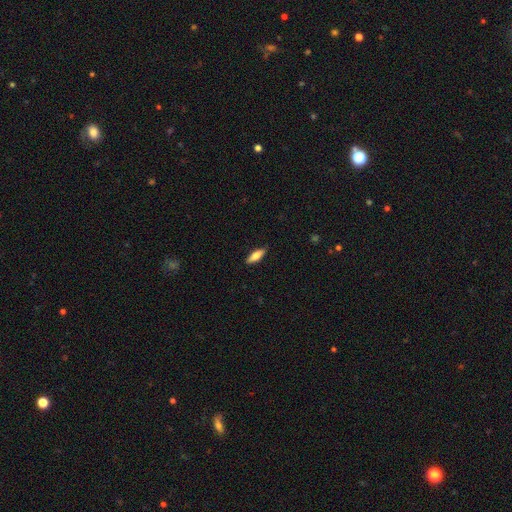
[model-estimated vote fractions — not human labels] smooth_or_featured: smooth (p=0.69) [alt: featured or disk p=0.25]
how_rounded: in between (p=0.56) [alt: cigar-shaped p=0.42]
merging: none (p=0.88) [alt: minor disturbance p=0.09]